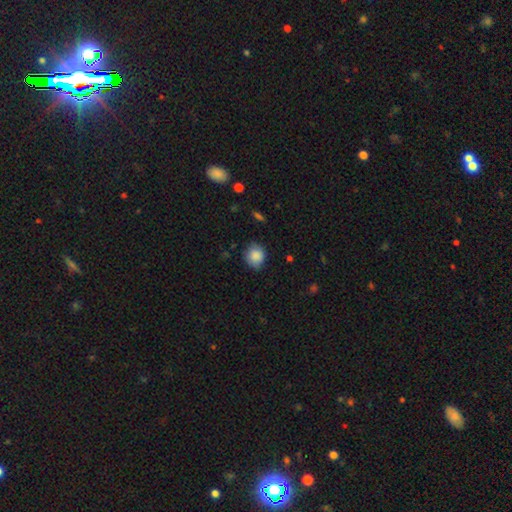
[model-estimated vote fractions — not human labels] smooth_or_featured: smooth (p=0.87) [alt: star or artifact p=0.08]
how_rounded: round (p=0.73) [alt: in between p=0.26]
merging: none (p=0.76) [alt: minor disturbance p=0.19]